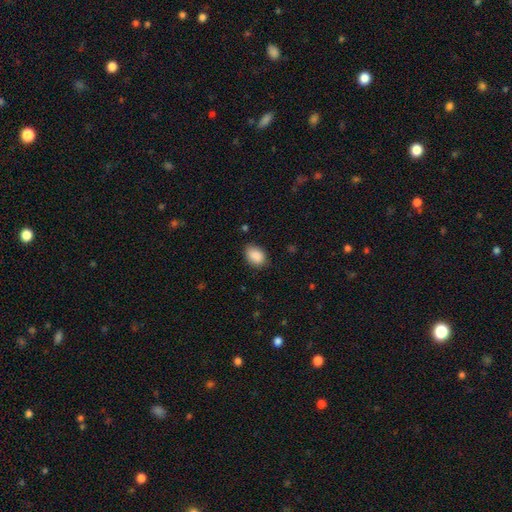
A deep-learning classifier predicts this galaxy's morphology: Q: Smooth or featured?
A: smooth (89%); runner-up: star or artifact (7%)
Q: How rounded?
A: in between (78%); runner-up: round (21%)
Q: Merging?
A: none (79%); runner-up: minor disturbance (17%)